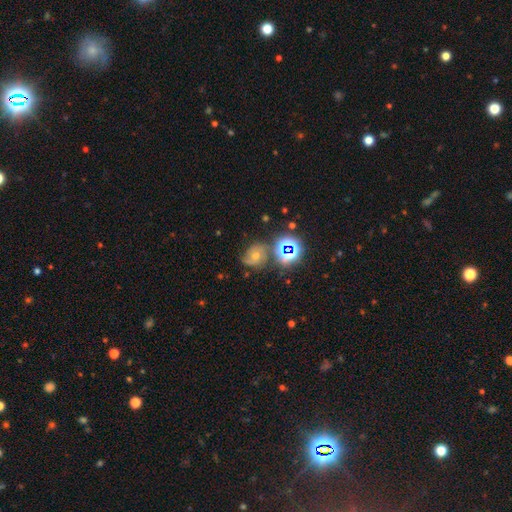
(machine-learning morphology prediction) Smooth or featured? star or artifact (44%)